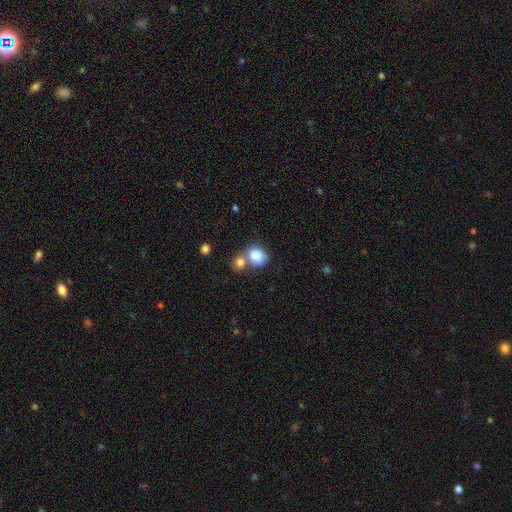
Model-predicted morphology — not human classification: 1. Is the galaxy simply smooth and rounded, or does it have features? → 82% smooth, 10% featured or disk, 8% star or artifact.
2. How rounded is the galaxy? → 64% round, 35% in between, 1% cigar-shaped.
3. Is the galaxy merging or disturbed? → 48% merger, 37% none, 10% minor disturbance, 4% major disturbance.